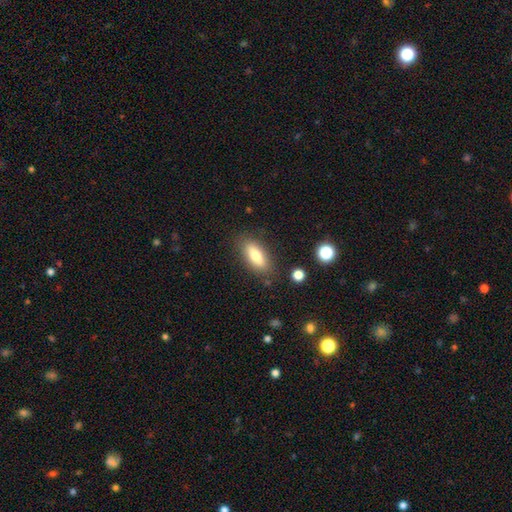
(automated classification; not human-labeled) smooth-or-featured: smooth: 74% | featured or disk: 19% | star or artifact: 7%
  how-rounded: in between: 74% | cigar-shaped: 23% | round: 3%
  merging: none: 81% | minor disturbance: 13% | major disturbance: 4% | merger: 3%